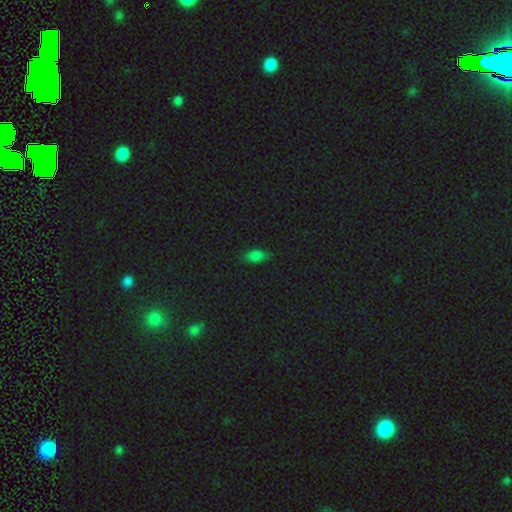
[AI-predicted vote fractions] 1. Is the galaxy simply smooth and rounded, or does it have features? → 75% smooth, 18% star or artifact, 6% featured or disk.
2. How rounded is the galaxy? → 89% in between, 6% cigar-shaped, 5% round.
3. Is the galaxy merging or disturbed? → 79% none, 17% minor disturbance, 3% major disturbance, 1% merger.